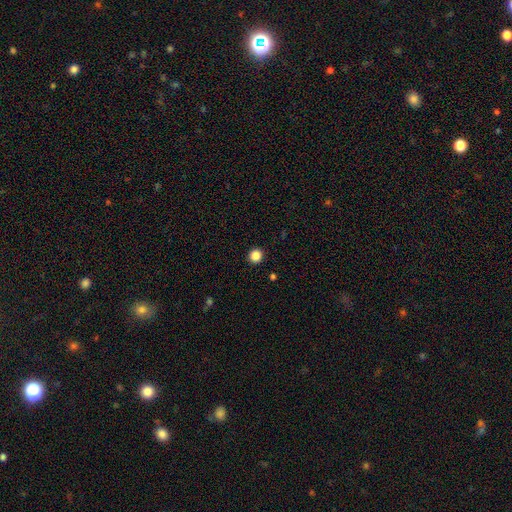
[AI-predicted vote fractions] smooth-or-featured: smooth: 86% | star or artifact: 11% | featured or disk: 3%
  how-rounded: round: 93% | in between: 6% | cigar-shaped: 1%
  merging: none: 93% | minor disturbance: 4% | major disturbance: 2% | merger: 1%